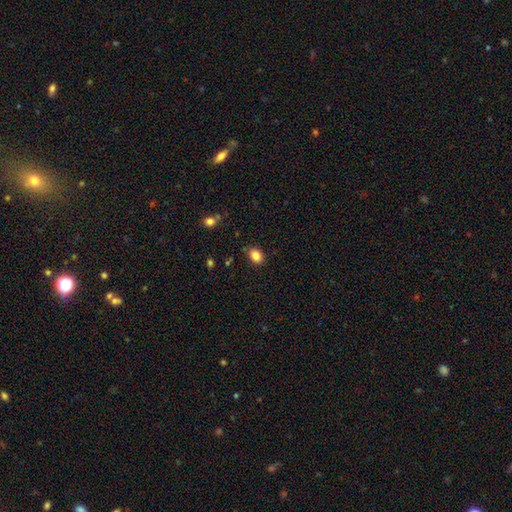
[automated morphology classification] A smooth galaxy with no disk features (85%) that is in between round and cigar-shaped (69%).

Vote fractions:
- Smooth or featured? smooth: 85% / star or artifact: 10% / featured or disk: 6%
- How rounded? in between: 69% / round: 30% / cigar-shaped: 1%
- Merging? none: 82% / minor disturbance: 13% / major disturbance: 3% / merger: 2%